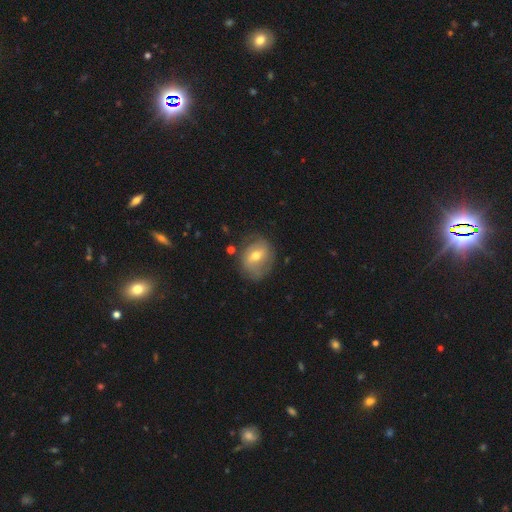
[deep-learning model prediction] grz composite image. It shows a smooth galaxy with no disk features (48%). Merging: none (68%).